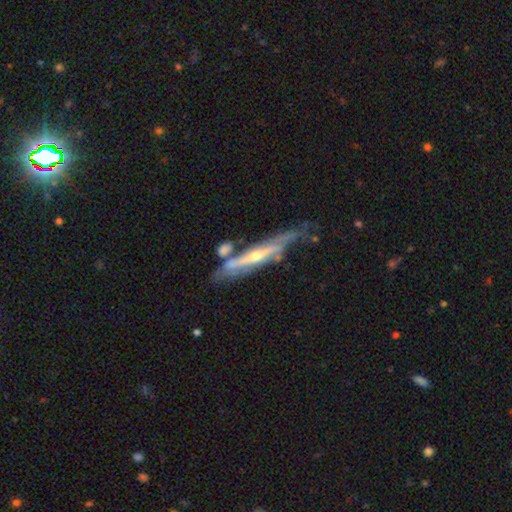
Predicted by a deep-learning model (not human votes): Smooth or featured?
  - featured or disk: 78% *
  - smooth: 15%
  - star or artifact: 7%
Edge-on disk?
  - yes: 79% *
  - no: 21%
Edge-on bulge?
  - rounded: 74% *
  - none: 21%
  - boxy: 5%
Merging?
  - none: 53% *
  - minor disturbance: 27%
  - merger: 11%
  - major disturbance: 10%